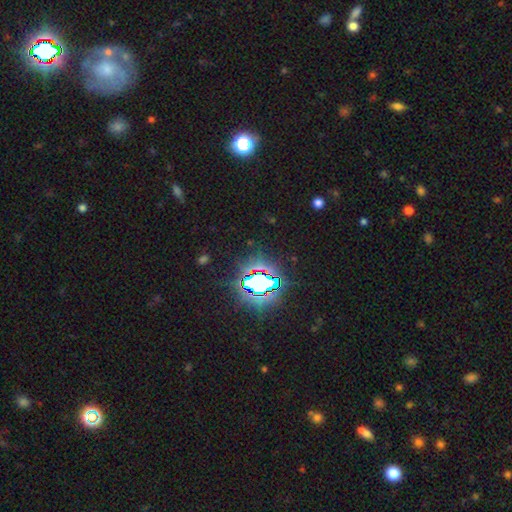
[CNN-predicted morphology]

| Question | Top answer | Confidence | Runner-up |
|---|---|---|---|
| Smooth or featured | star or artifact | 79% | smooth (13%) |